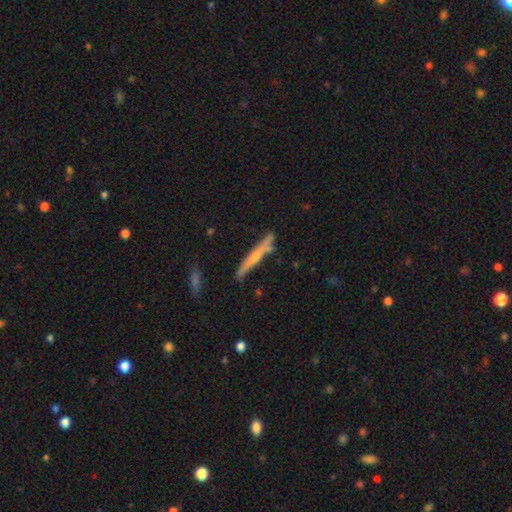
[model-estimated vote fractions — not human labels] This appears to be a featured or disk galaxy (50%) viewed edge-on (94%). Merging: none (75%).